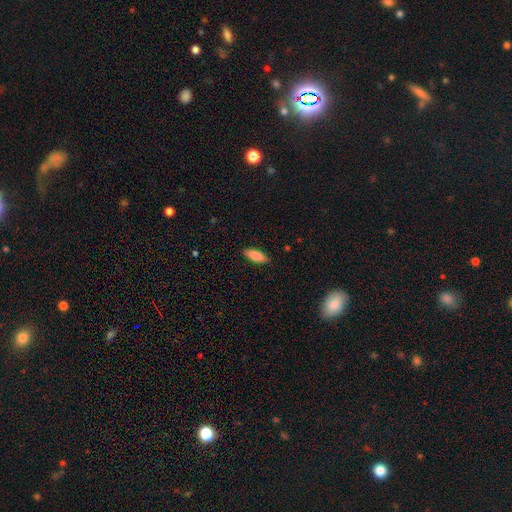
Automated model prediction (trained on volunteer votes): A smooth galaxy with no disk features (81%) that is in between round and cigar-shaped (75%).

Vote fractions:
- Smooth or featured? smooth: 81% / featured or disk: 13% / star or artifact: 6%
- How rounded? in between: 75% / cigar-shaped: 23% / round: 2%
- Merging? none: 88% / minor disturbance: 10% / major disturbance: 2% / merger: 1%